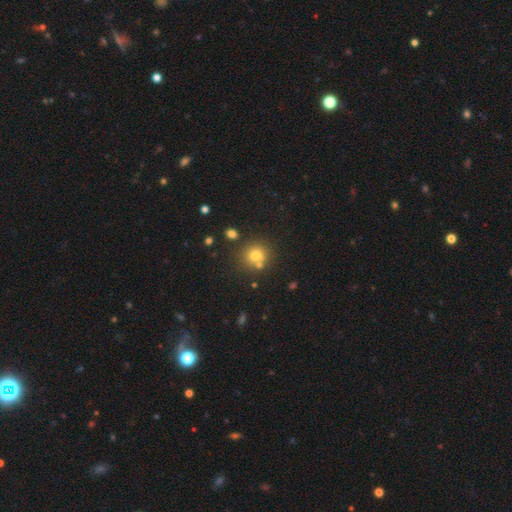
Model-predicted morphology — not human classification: This is likely a smooth galaxy (72%). How rounded: clearly round (85%). Merging: likely none (66%).